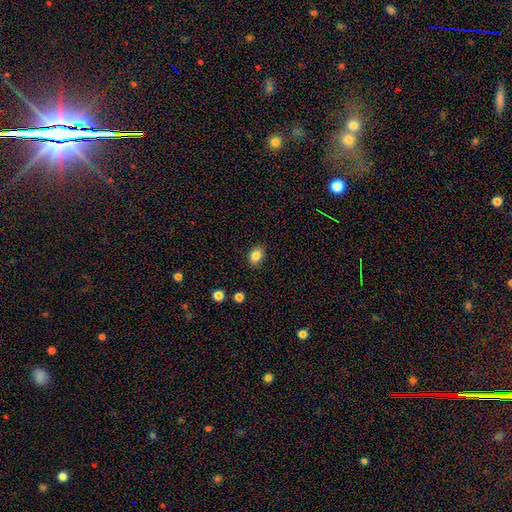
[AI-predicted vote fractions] Smooth or featured: smooth — 84% (star or artifact — 10%)
How rounded: in between — 68% (round — 31%)
Merging: none — 84% (minor disturbance — 12%)